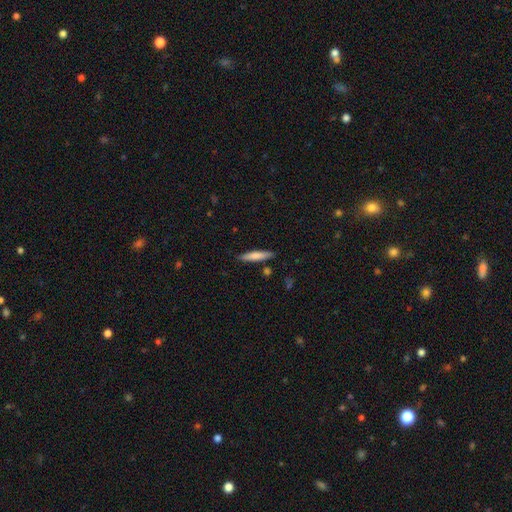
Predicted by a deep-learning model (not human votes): A smooth galaxy with no disk features (73%) that is cigar-shaped (88%).

Vote fractions:
- Smooth or featured? smooth: 73% / featured or disk: 21% / star or artifact: 6%
- How rounded? cigar-shaped: 88% / in between: 11% / round: 1%
- Merging? none: 86% / minor disturbance: 10% / merger: 3% / major disturbance: 2%